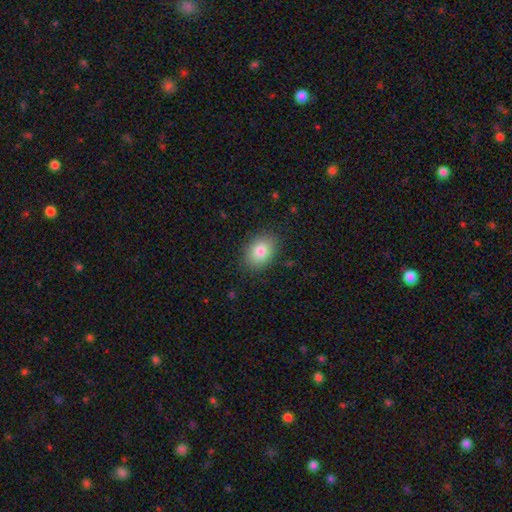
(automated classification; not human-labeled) Smooth or featured?
  - smooth: 83% *
  - star or artifact: 9%
  - featured or disk: 8%
How rounded?
  - in between: 72% *
  - round: 27%
  - cigar-shaped: 1%
Merging?
  - none: 88% *
  - minor disturbance: 9%
  - major disturbance: 2%
  - merger: 1%